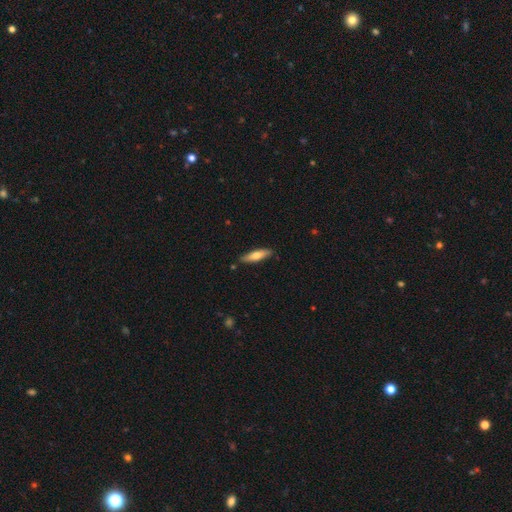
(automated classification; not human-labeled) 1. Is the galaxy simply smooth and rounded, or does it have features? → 60% smooth, 35% featured or disk, 6% star or artifact.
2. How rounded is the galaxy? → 70% cigar-shaped, 28% in between, 2% round.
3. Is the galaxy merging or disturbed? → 86% none, 11% minor disturbance, 2% merger, 2% major disturbance.